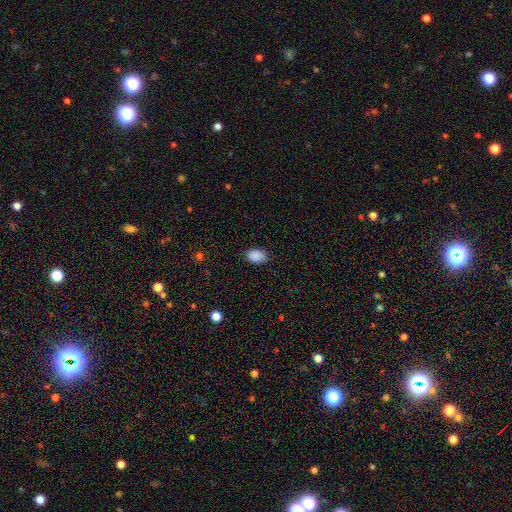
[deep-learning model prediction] smooth-or-featured: smooth: 89% | star or artifact: 8% | featured or disk: 3%
  how-rounded: in between: 83% | round: 16% | cigar-shaped: 1%
  merging: none: 82% | minor disturbance: 15% | major disturbance: 3% | merger: 1%